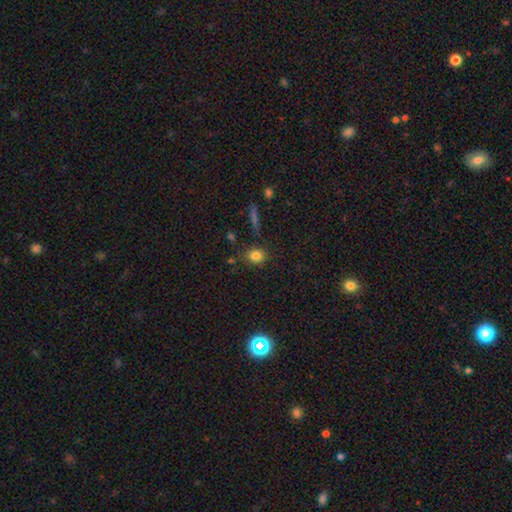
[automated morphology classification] Smooth or featured? smooth (81%)
How rounded? round (66%)
Merging? none (81%)